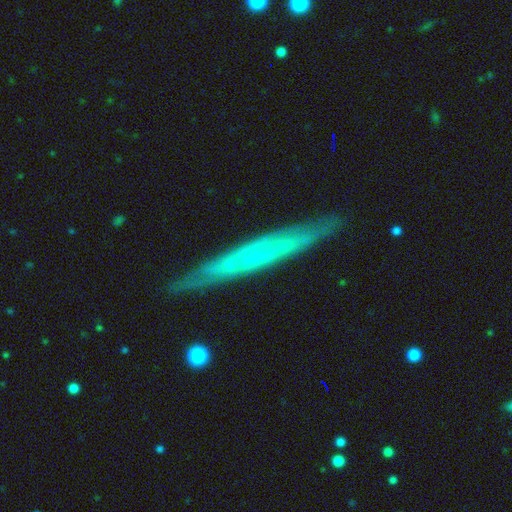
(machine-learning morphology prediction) smooth_or_featured: featured or disk (p=0.72) [alt: smooth p=0.22]
disk_edge_on: yes (p=0.86) [alt: no p=0.14]
edge_on_bulge: none (p=0.65) [alt: rounded p=0.31]
merging: none (p=0.85) [alt: minor disturbance p=0.11]